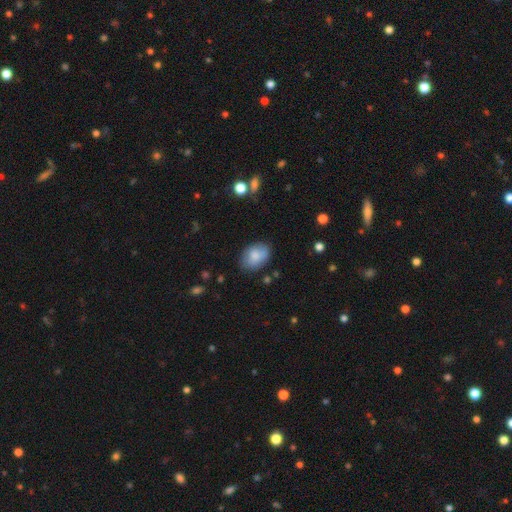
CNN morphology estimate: smooth 80%, featured or disk 13%, star or artifact 7%. Down the decision tree: how rounded — in between (81%); merging — none (74%).